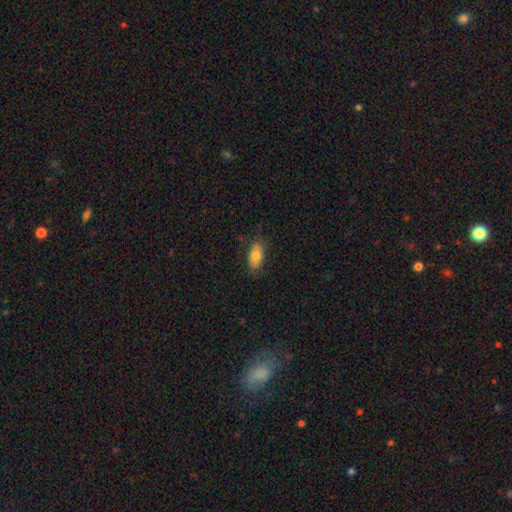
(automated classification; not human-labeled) smooth 80%, featured or disk 13%, star or artifact 7%. Down the decision tree: how rounded — in between (90%); merging — none (81%).